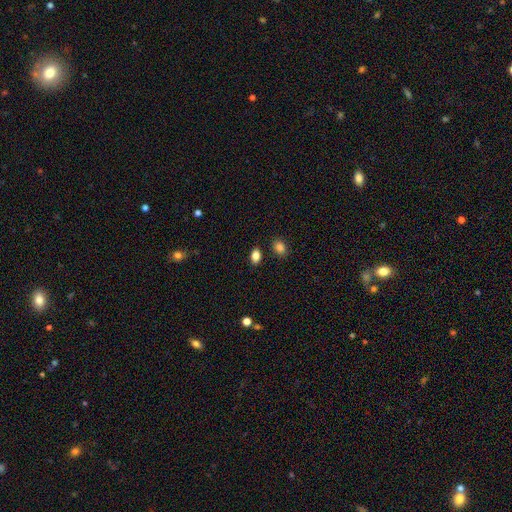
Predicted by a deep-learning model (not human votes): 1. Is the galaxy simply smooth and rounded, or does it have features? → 85% smooth, 10% star or artifact, 5% featured or disk.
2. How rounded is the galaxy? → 85% in between, 13% round, 2% cigar-shaped.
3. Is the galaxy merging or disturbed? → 84% none, 9% minor disturbance, 4% merger, 2% major disturbance.